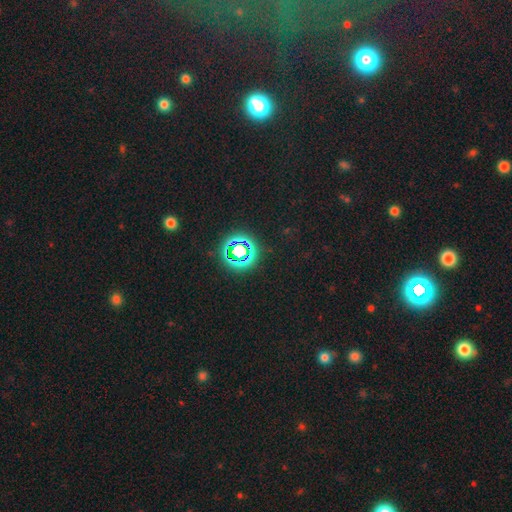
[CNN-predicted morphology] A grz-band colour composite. It shows a star or artifact, not a galaxy (68%).